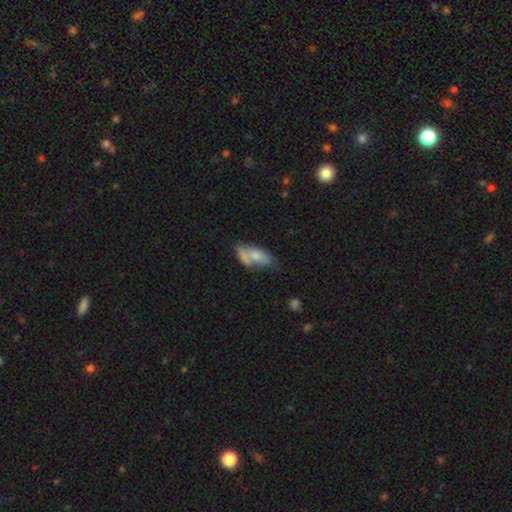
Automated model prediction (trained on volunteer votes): Smooth or featured: smooth — 72% (featured or disk — 21%)
How rounded: in between — 82% (cigar-shaped — 14%)
Merging: none — 38% (merger — 32%)